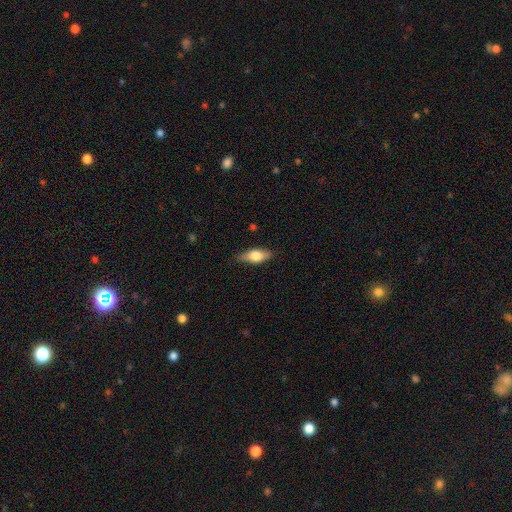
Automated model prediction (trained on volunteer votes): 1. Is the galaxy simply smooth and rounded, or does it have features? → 66% smooth, 28% featured or disk, 6% star or artifact.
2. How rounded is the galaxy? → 76% in between, 20% cigar-shaped, 3% round.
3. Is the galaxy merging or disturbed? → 80% none, 16% minor disturbance, 3% major disturbance, 1% merger.